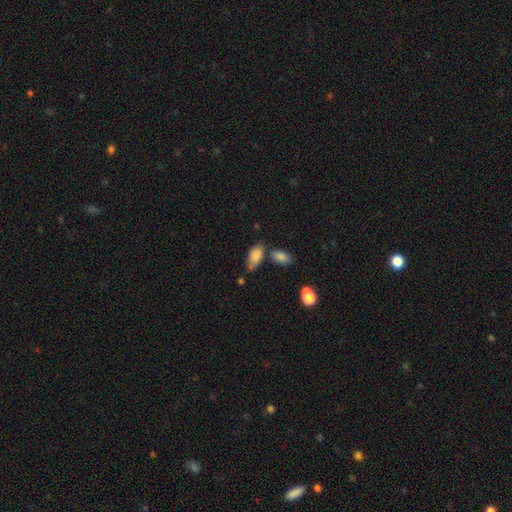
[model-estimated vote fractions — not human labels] Smooth or featured? Predicted: smooth (p=0.84). How rounded? Predicted: in between (p=0.91). Merging? Predicted: none (p=0.45).